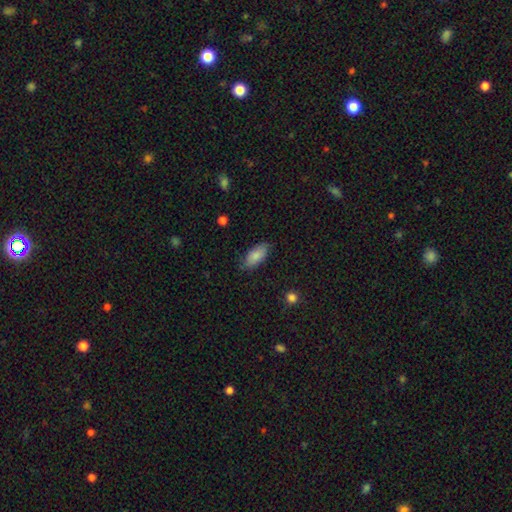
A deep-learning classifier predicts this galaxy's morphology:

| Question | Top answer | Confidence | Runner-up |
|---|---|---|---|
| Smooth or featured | smooth | 83% | featured or disk (11%) |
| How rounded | in between | 90% | cigar-shaped (7%) |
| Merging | none | 79% | minor disturbance (17%) |